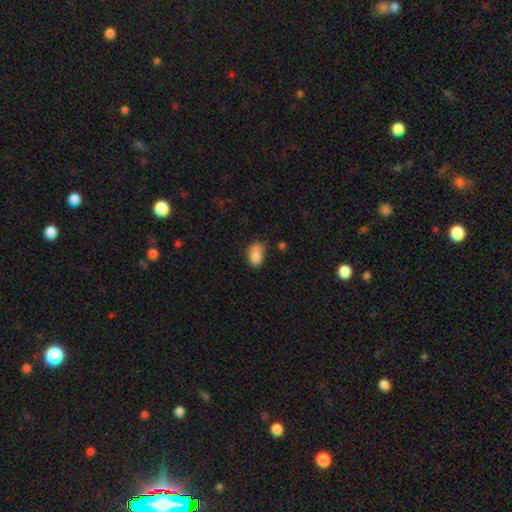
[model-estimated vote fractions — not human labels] smooth 82%, star or artifact 9%, featured or disk 9%. Down the decision tree: how rounded — in between (82%); merging — none (46%).